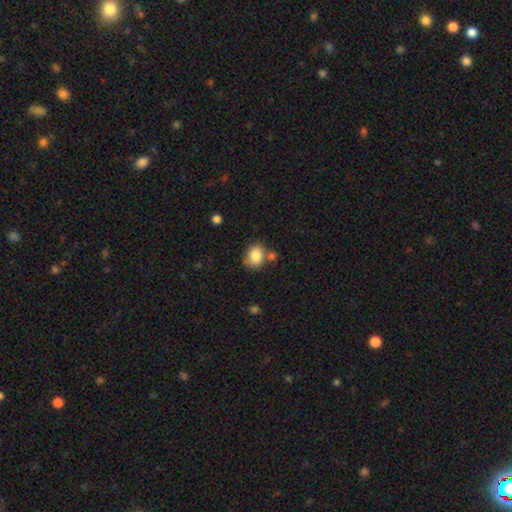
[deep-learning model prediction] Smooth or featured? Predicted: smooth (p=0.84). How rounded? Predicted: in between (p=0.50). Merging? Predicted: none (p=0.61).